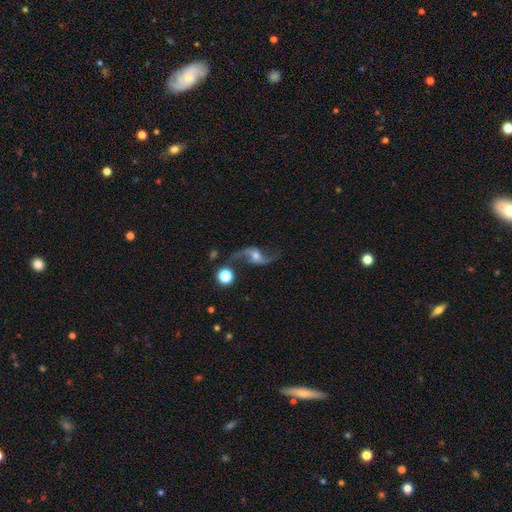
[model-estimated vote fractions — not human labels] A featured or disk galaxy (88%) with no bar (43%), 2 (94%) loose (88%) spiral arms (96%) and a moderate central bulge (54%).

Vote fractions:
- Smooth or featured? featured or disk: 88% / star or artifact: 6% / smooth: 6%
- Edge-on disk? no: 97% / yes: 3%
- Bar? no: 43% / weak: 38% / strong: 19%
- Spiral arms? yes: 96% / no: 4%
- Spiral winding? loose: 88% / medium: 9% / tight: 2%
- Spiral arm count? 2: 94% / 1: 2% / can't tell: 1% / 3: 1% / 4: 1% / more than 4: 1%
- Bulge size? moderate: 54% / small: 32% / large: 8% / none: 4% / dominant: 2%
- Merging? none: 73% / minor disturbance: 13% / major disturbance: 9% / merger: 6%